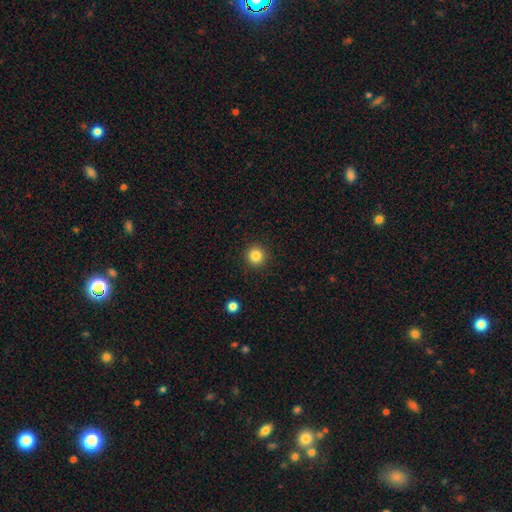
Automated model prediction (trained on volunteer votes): A smooth galaxy with no disk features (84%) that is round (95%).

Vote fractions:
- Smooth or featured? smooth: 84% / star or artifact: 11% / featured or disk: 5%
- How rounded? round: 95% / in between: 4% / cigar-shaped: 1%
- Merging? none: 92% / minor disturbance: 5% / major disturbance: 2% / merger: 1%